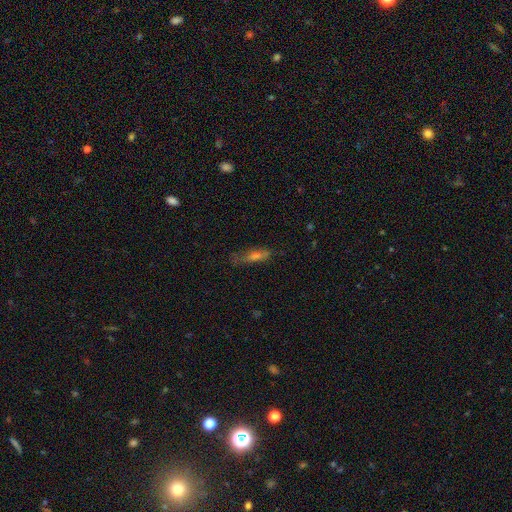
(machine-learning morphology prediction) type=smooth (47%); merging=none (68%).